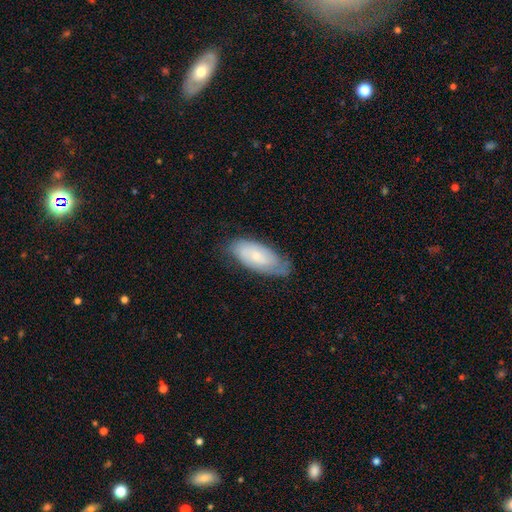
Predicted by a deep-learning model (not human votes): The model was most divided on "smooth or featured": featured or disk: 50%, smooth: 44%, star or artifact: 6%. More confident: merging — none (65%).